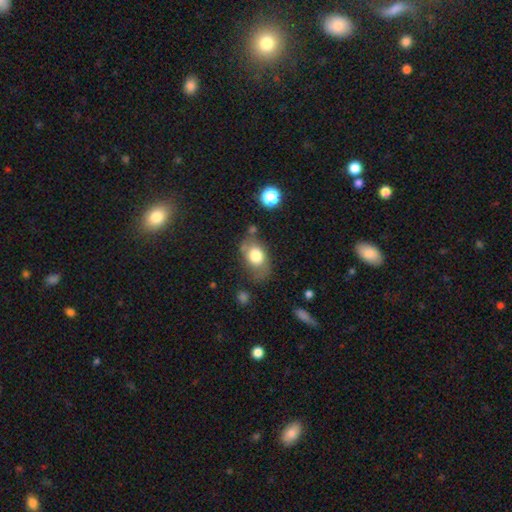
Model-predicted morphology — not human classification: The model was most divided on "merging": none: 60%, minor disturbance: 24%, major disturbance: 10%, merger: 6%. More confident: how rounded — in between (81%); smooth or featured — smooth (69%).